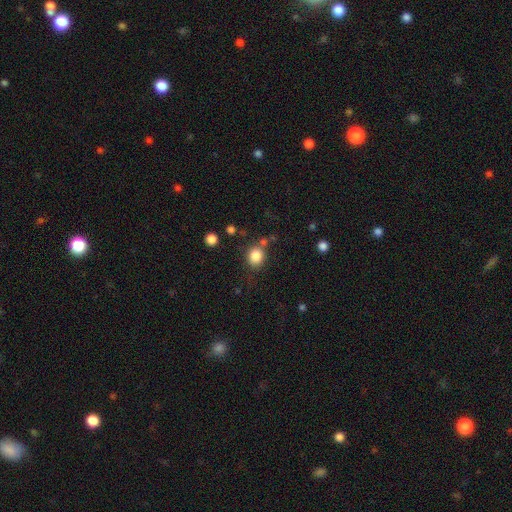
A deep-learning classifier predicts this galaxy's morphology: type=smooth (84%); roundness=round (74%); merging=none (73%).